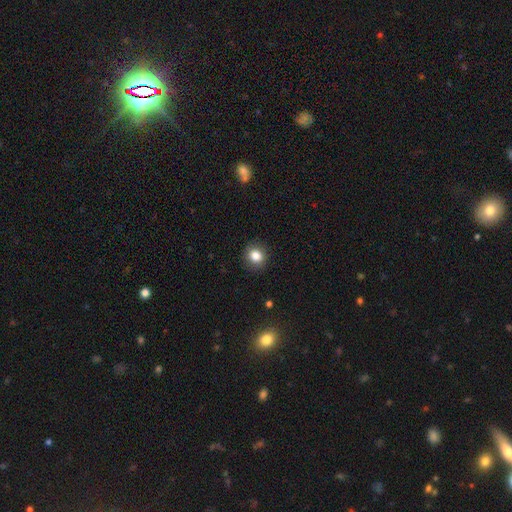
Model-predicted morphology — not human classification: type=smooth (83%); roundness=round (77%); merging=none (87%).